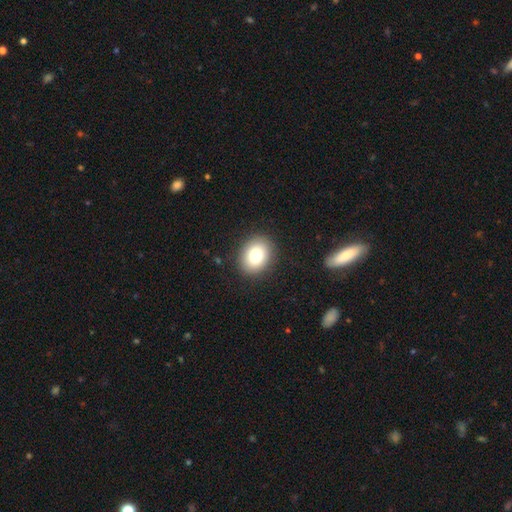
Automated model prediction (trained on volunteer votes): A smooth galaxy with no disk features (80%) that is in between round and cigar-shaped (53%).

Vote fractions:
- Smooth or featured? smooth: 80% / featured or disk: 11% / star or artifact: 9%
- How rounded? in between: 53% / round: 46% / cigar-shaped: 1%
- Merging? none: 89% / minor disturbance: 8% / major disturbance: 2% / merger: 1%